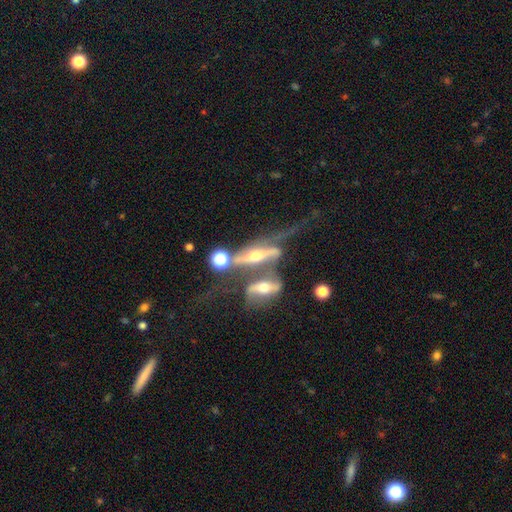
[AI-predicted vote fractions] Morphology: type=featured or disk (80%); edge-on=yes (58%); merging=merger (48%).